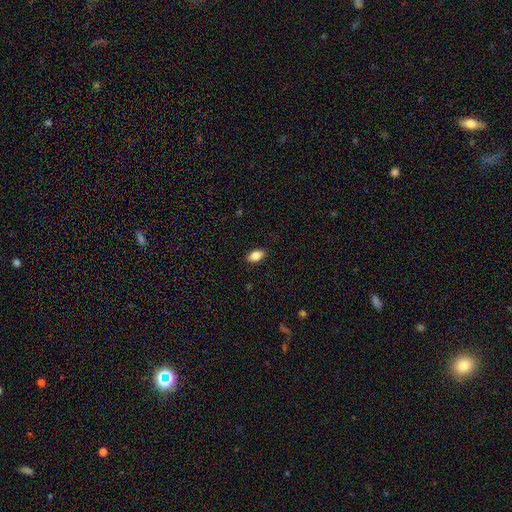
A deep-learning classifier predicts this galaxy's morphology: A smooth galaxy with no disk features (84%) that is in between round and cigar-shaped (89%).

Vote fractions:
- Smooth or featured? smooth: 84% / featured or disk: 8% / star or artifact: 8%
- How rounded? in between: 89% / round: 7% / cigar-shaped: 4%
- Merging? none: 87% / minor disturbance: 10% / major disturbance: 2% / merger: 1%